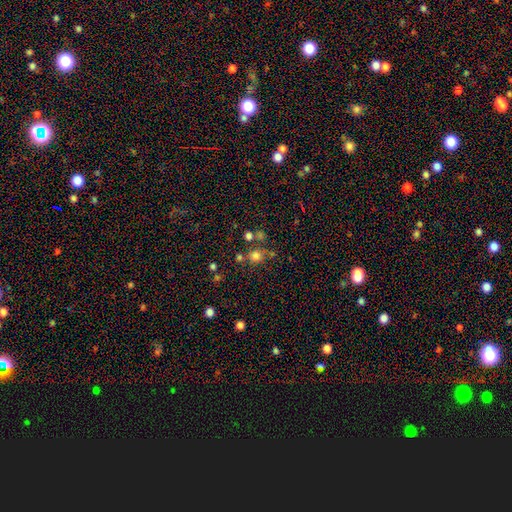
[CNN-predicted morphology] smooth-or-featured: smooth: 74% | star or artifact: 18% | featured or disk: 8%
  how-rounded: round: 88% | in between: 11% | cigar-shaped: 1%
  merging: none: 68% | merger: 17% | minor disturbance: 10% | major disturbance: 5%